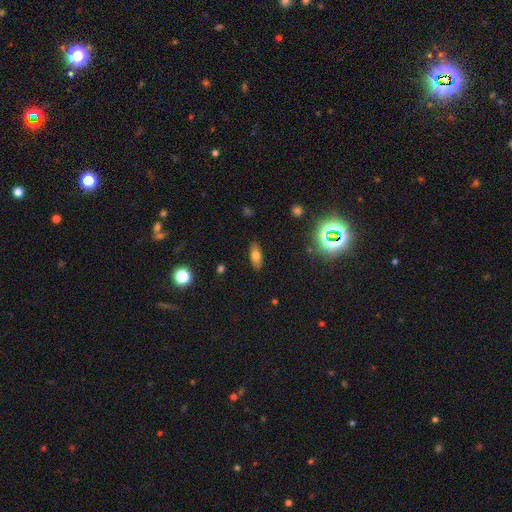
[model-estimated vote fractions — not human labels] This appears to be a smooth galaxy with no disk features (69%) that is in between round and cigar-shaped (77%). Merging: none (86%).